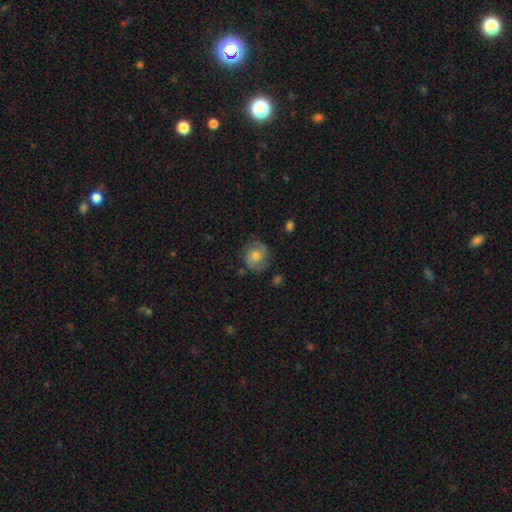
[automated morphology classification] Smooth or featured?
  - featured or disk: 46% *
  - smooth: 45%
  - star or artifact: 9%
Merging?
  - none: 77% *
  - minor disturbance: 17%
  - major disturbance: 5%
  - merger: 2%